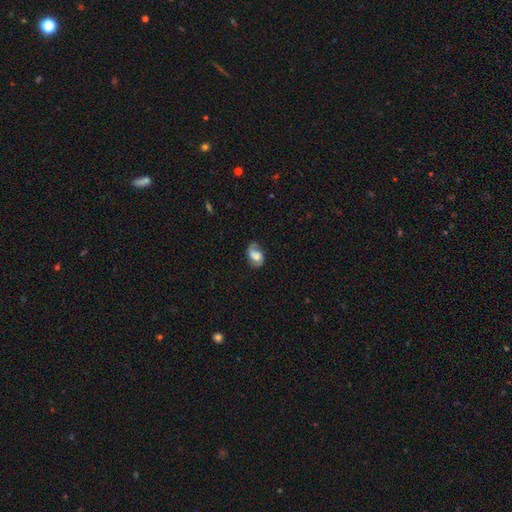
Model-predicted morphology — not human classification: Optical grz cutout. It shows a featured or disk galaxy (48%). Merging: none (60%).